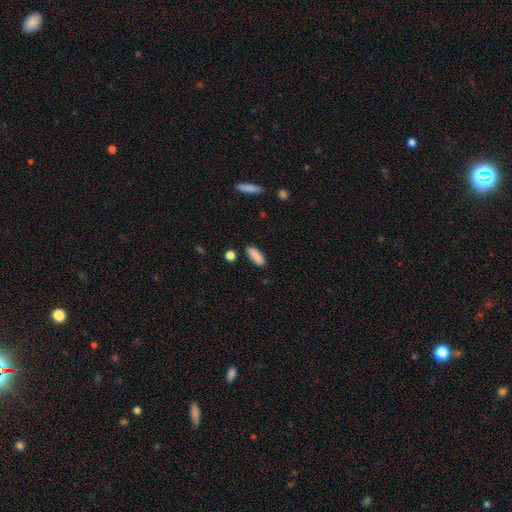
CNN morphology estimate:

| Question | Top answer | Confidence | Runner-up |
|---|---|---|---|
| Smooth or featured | smooth | 89% | star or artifact (7%) |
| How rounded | in between | 75% | cigar-shaped (23%) |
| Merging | none | 85% | minor disturbance (10%) |